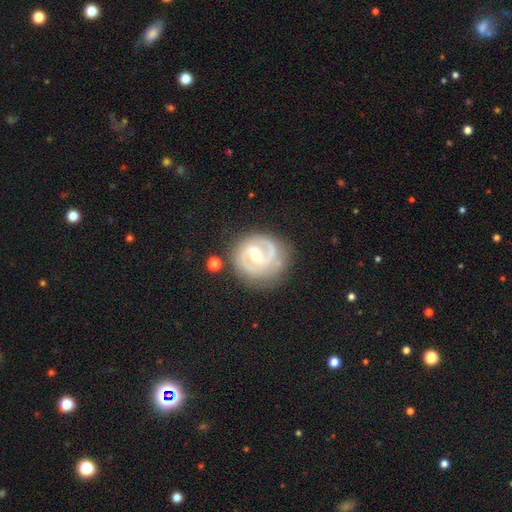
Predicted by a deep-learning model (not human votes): A featured or disk galaxy (86%) with a weak bar (48%), 2 (79%) tight (49%) spiral arms (93%) and a moderate central bulge (75%).

Vote fractions:
- Smooth or featured? featured or disk: 86% / smooth: 9% / star or artifact: 4%
- Edge-on disk? no: 98% / yes: 2%
- Bar? weak: 48% / no: 27% / strong: 26%
- Spiral arms? yes: 93% / no: 7%
- Spiral winding? tight: 49% / medium: 41% / loose: 10%
- Spiral arm count? 2: 79% / 1: 9% / can't tell: 6% / 3: 3% / 4: 1% / more than 4: 1%
- Bulge size? moderate: 75% / small: 16% / large: 6% / none: 1% / dominant: 1%
- Merging? none: 78% / minor disturbance: 14% / major disturbance: 6% / merger: 2%